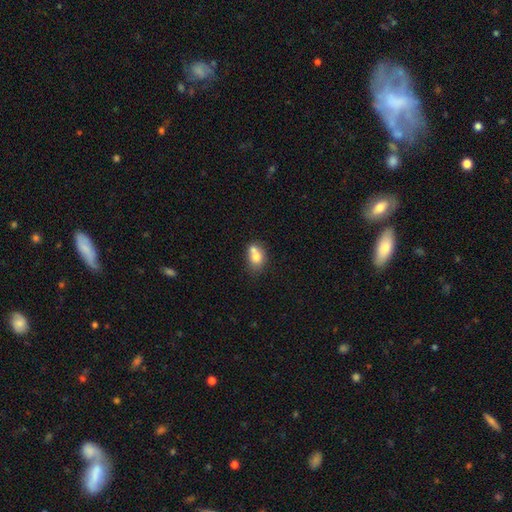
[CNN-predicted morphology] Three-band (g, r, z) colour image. It shows a smooth galaxy with no disk features (72%) that is in between round and cigar-shaped (54%). Merging: merger (55%).